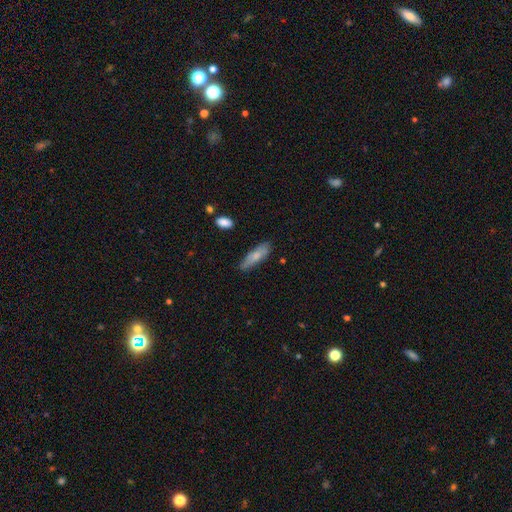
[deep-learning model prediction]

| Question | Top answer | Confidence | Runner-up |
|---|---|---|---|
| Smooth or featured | smooth | 72% | featured or disk (22%) |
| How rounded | cigar-shaped | 52% | in between (47%) |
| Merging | none | 77% | minor disturbance (18%) |